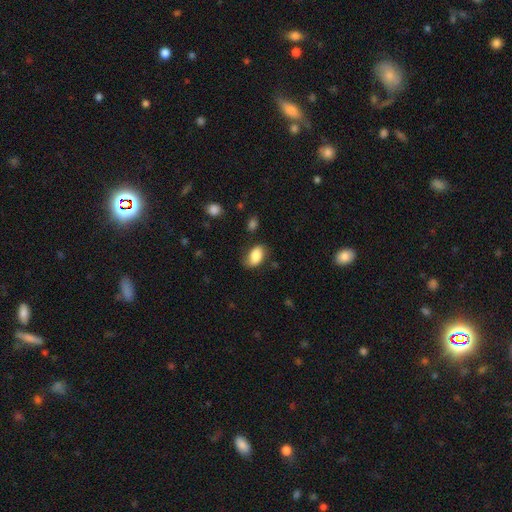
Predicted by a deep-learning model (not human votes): Smooth or featured? Predicted: smooth (p=0.80). How rounded? Predicted: in between (p=0.89). Merging? Predicted: none (p=0.66).